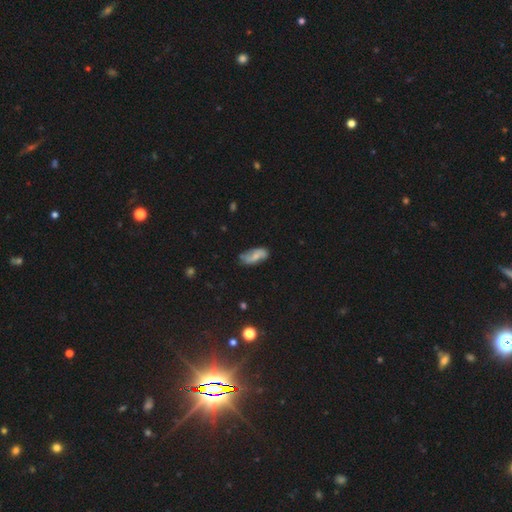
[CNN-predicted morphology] A smooth galaxy with no disk features (52%) that is in between round and cigar-shaped (84%). Merging: none (66%).